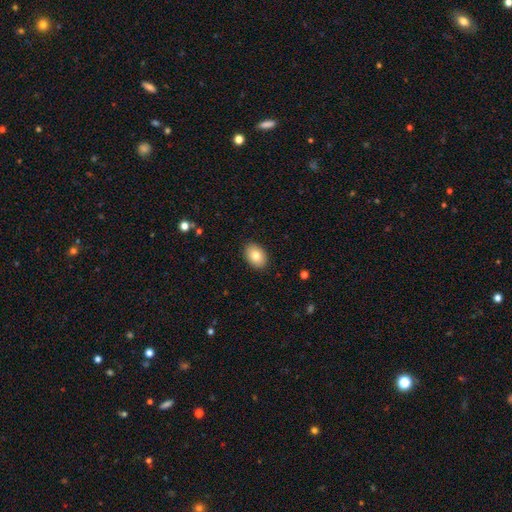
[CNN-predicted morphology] This appears to be a smooth galaxy with no disk features (82%) that is in between round and cigar-shaped (83%). Merging: none (89%).